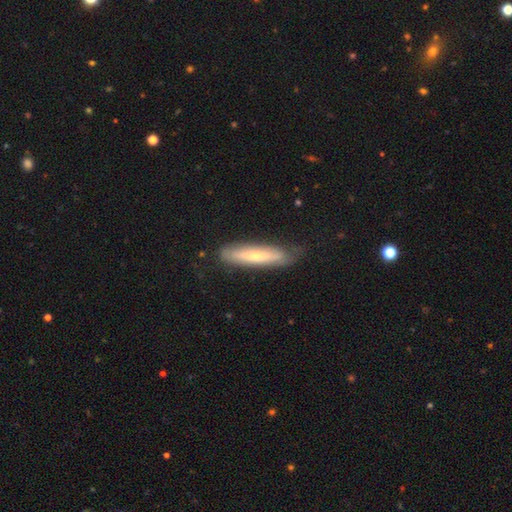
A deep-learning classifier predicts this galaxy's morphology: Smooth or featured? Predicted: smooth (p=0.48). Merging? Predicted: none (p=0.73).